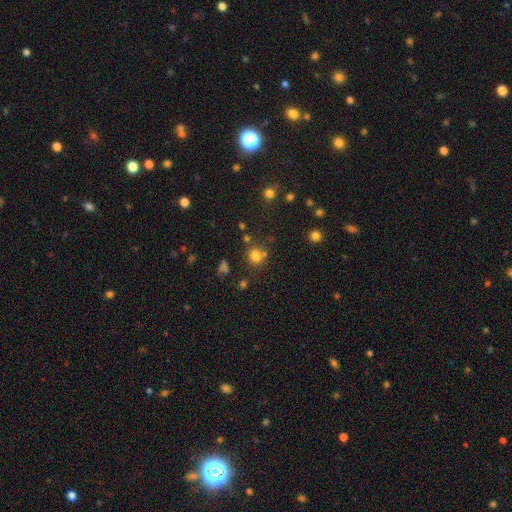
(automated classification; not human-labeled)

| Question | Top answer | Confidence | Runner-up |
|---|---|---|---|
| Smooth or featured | smooth | 77% | star or artifact (16%) |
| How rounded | round | 83% | in between (16%) |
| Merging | none | 69% | merger (15%) |